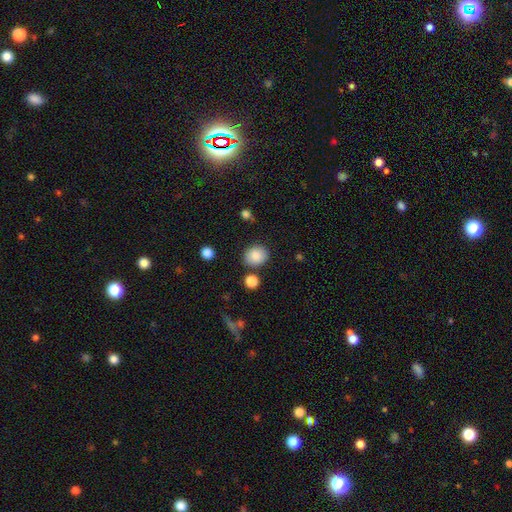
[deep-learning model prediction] Q: Smooth or featured?
A: smooth (85%); runner-up: star or artifact (9%)
Q: How rounded?
A: round (62%); runner-up: in between (37%)
Q: Merging?
A: none (82%); runner-up: minor disturbance (10%)